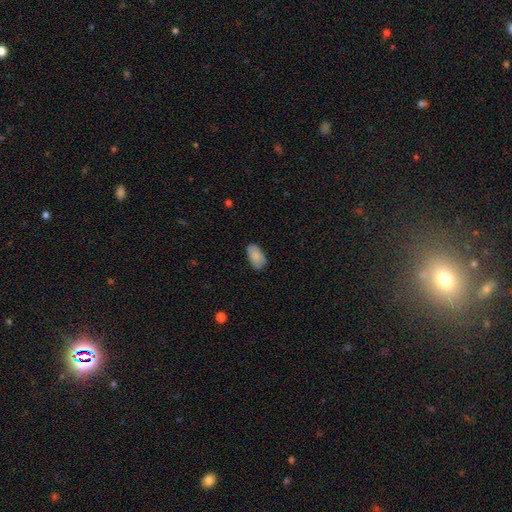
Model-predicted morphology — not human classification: Smooth or featured? Predicted: smooth (p=0.85). How rounded? Predicted: in between (p=0.94). Merging? Predicted: none (p=0.78).